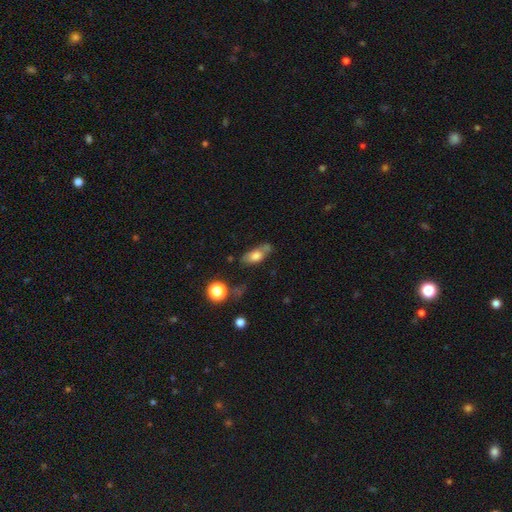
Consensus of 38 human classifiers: This is likely a smooth galaxy (63%). How rounded: likely in between (75%). Merging: possibly none (54%).